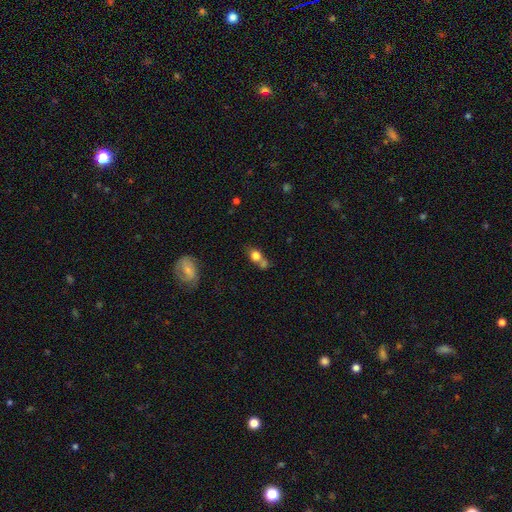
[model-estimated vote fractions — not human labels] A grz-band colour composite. It shows a smooth galaxy with no disk features (75%) that is round (55%). Merging: merger (48%).